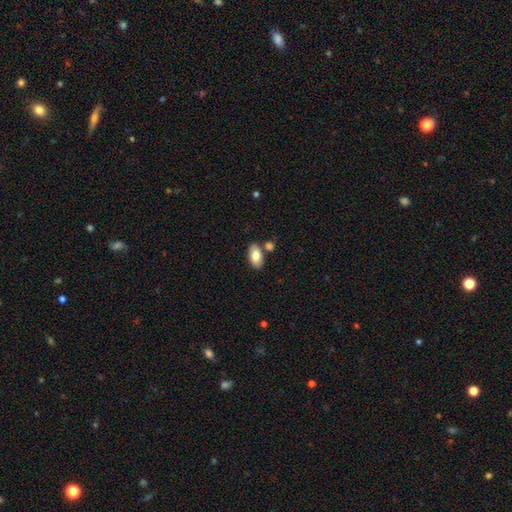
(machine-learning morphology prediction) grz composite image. It shows a smooth galaxy with no disk features (81%) that is in between round and cigar-shaped (94%). Merging: none (75%).